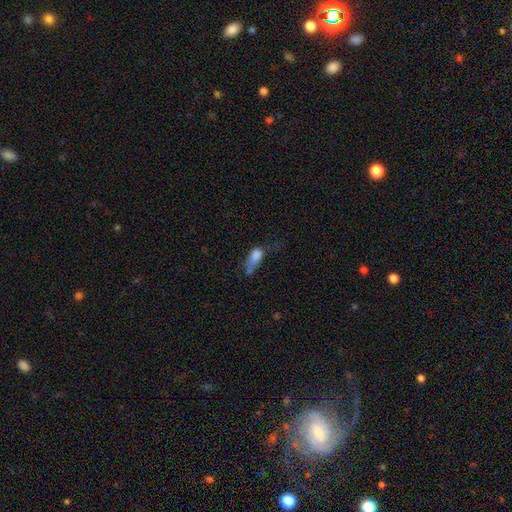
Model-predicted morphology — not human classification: Overall: smooth (71%). How rounded: in between (79%). Merging: major disturbance (38%; minor disturbance 26%).